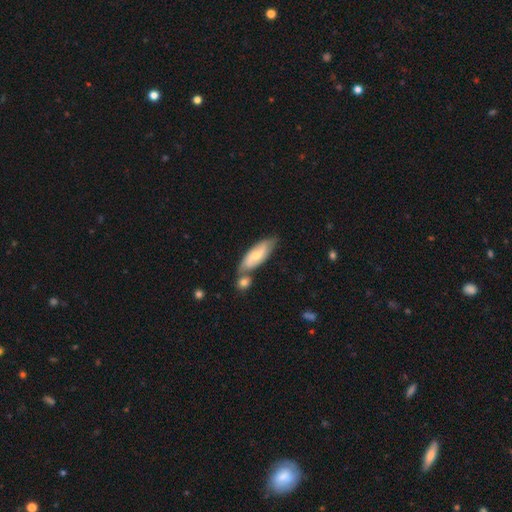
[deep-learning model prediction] Smooth or featured: smooth — 49% (featured or disk — 46%)
Merging: none — 53% (merger — 27%)